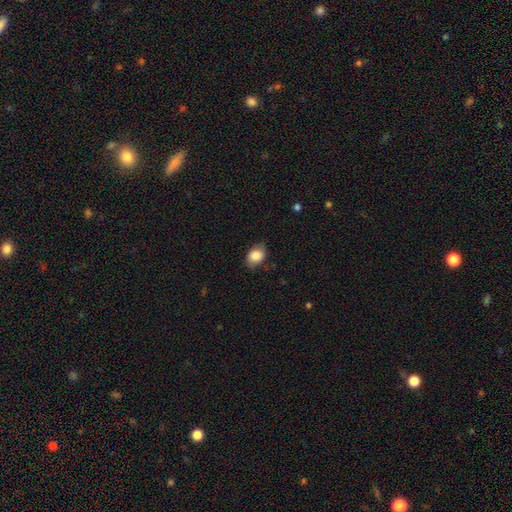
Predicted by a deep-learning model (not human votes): Smooth or featured?
  - smooth: 85% *
  - featured or disk: 7%
  - star or artifact: 7%
How rounded?
  - in between: 70% *
  - round: 29%
  - cigar-shaped: 1%
Merging?
  - none: 74% *
  - minor disturbance: 20%
  - major disturbance: 4%
  - merger: 1%